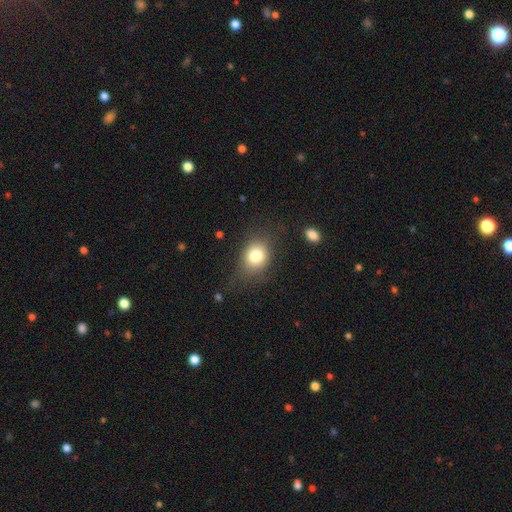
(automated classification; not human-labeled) A smooth galaxy with no disk features (79%) that is round (51%).

Vote fractions:
- Smooth or featured? smooth: 79% / featured or disk: 11% / star or artifact: 10%
- How rounded? round: 51% / in between: 48% / cigar-shaped: 1%
- Merging? none: 69% / minor disturbance: 20% / major disturbance: 9% / merger: 2%